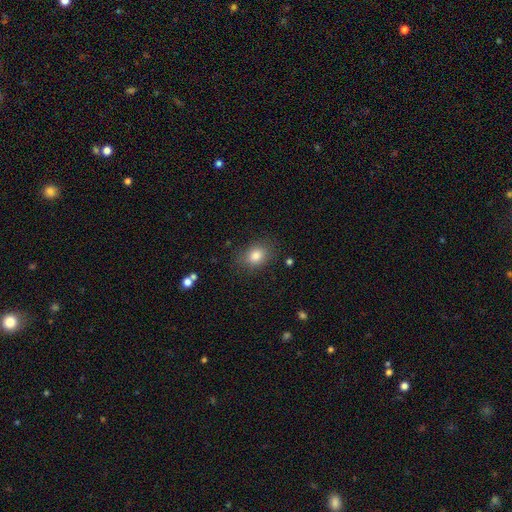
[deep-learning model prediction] Smooth or featured? Predicted: smooth (p=0.84). How rounded? Predicted: in between (p=0.61). Merging? Predicted: none (p=0.79).